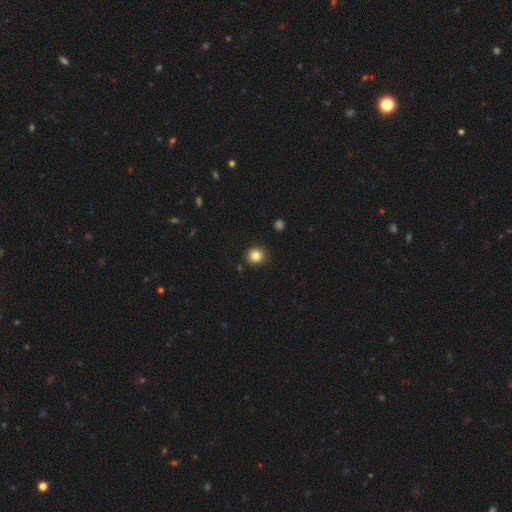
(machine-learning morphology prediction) Smooth or featured? Predicted: smooth (p=0.84). How rounded? Predicted: round (p=0.88). Merging? Predicted: none (p=0.90).